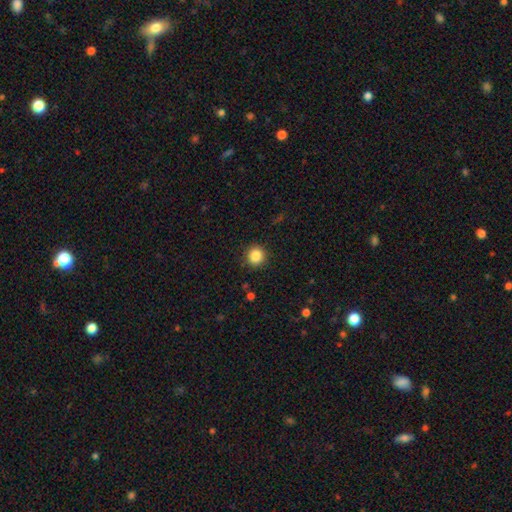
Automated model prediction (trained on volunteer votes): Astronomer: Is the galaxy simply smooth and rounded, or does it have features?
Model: smooth — 86%.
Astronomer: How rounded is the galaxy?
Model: round — 92%.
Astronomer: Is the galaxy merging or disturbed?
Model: none — 91%.